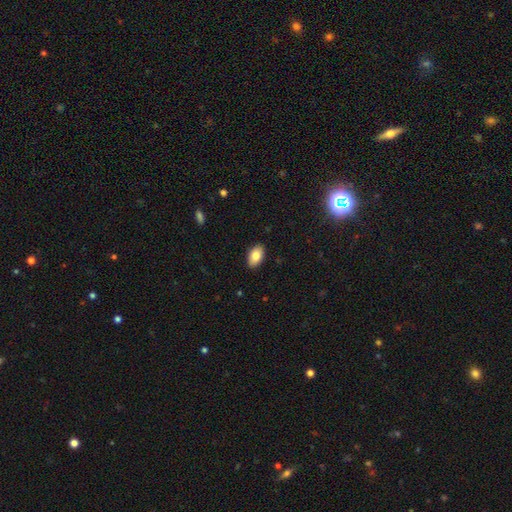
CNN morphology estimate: A smooth galaxy with no disk features (82%) that is in between round and cigar-shaped (93%). Merging: none (89%).